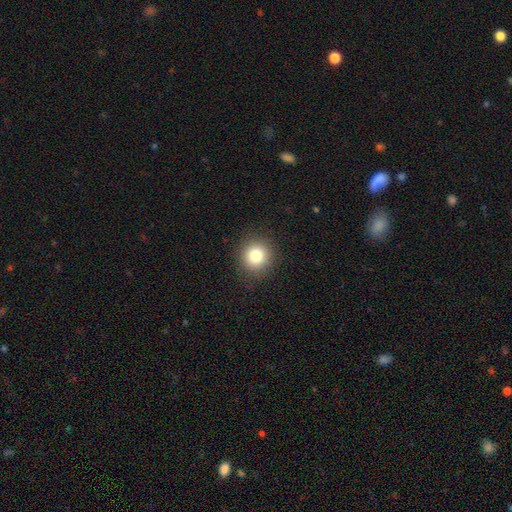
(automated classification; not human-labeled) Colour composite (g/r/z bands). It shows a smooth galaxy with no disk features (83%) that is round (88%). Merging: none (89%).